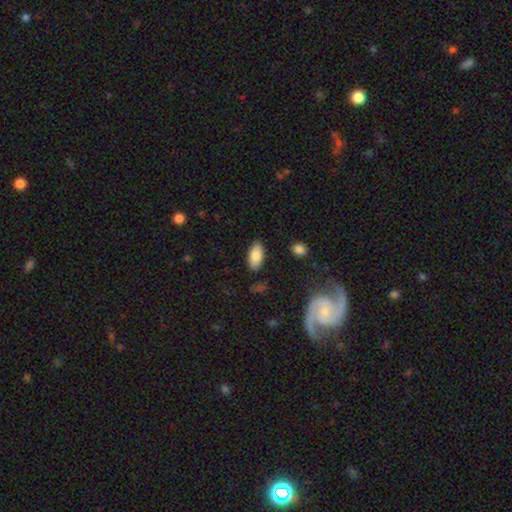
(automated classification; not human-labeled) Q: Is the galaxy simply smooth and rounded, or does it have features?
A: smooth — 85%.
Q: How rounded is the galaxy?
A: in between — 93%.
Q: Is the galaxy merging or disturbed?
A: none — 85%.